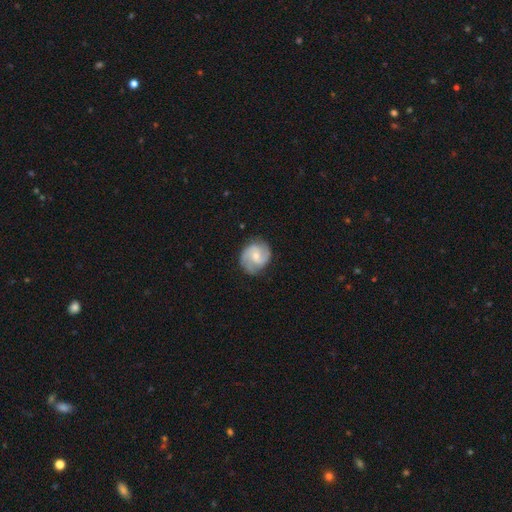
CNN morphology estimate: Smooth or featured: featured or disk — 78% (smooth — 16%)
Edge-on disk: no — 98% (yes — 2%)
Bar: no — 52% (weak — 41%)
Spiral arms: yes — 96% (no — 4%)
Spiral winding: medium — 49% (tight — 35%)
Spiral arm count: 2 — 65% (3 — 17%)
Bulge size: small — 56% (moderate — 40%)
Merging: none — 78% (minor disturbance — 16%)